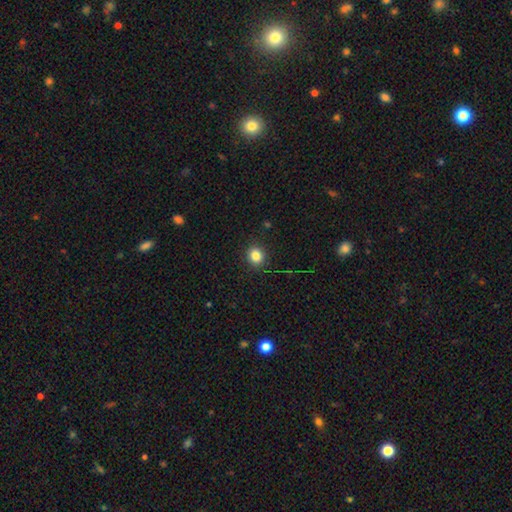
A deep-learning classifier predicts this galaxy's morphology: A smooth galaxy with no disk features (83%) that is round (79%).

Vote fractions:
- Smooth or featured? smooth: 83% / star or artifact: 11% / featured or disk: 5%
- How rounded? round: 79% / in between: 20% / cigar-shaped: 1%
- Merging? none: 90% / minor disturbance: 7% / major disturbance: 2% / merger: 1%